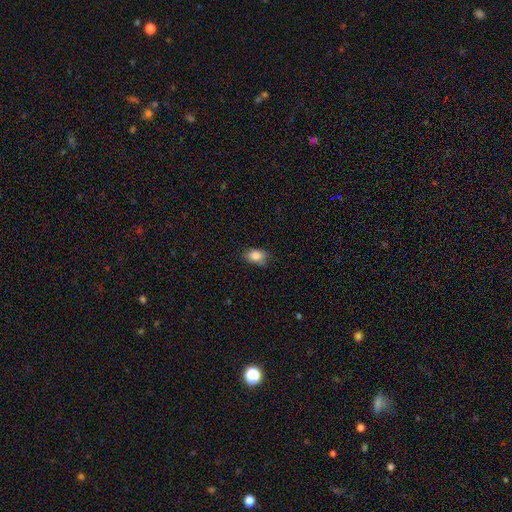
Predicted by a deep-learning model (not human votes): Q: Smooth or featured?
A: smooth (86%); runner-up: star or artifact (8%)
Q: How rounded?
A: in between (83%); runner-up: round (15%)
Q: Merging?
A: none (75%); runner-up: minor disturbance (20%)